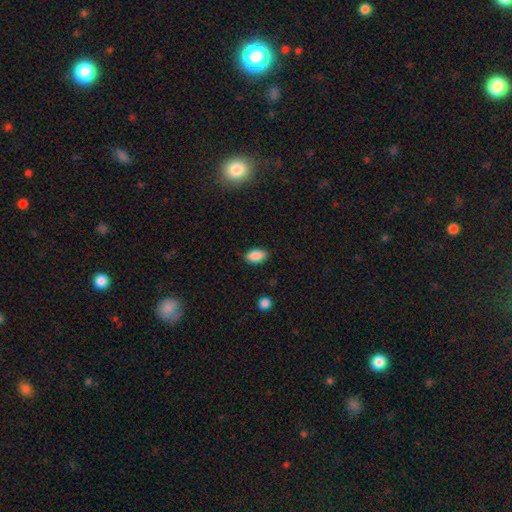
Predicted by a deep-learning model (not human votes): This appears to be a smooth galaxy with no disk features (88%) that is in between round and cigar-shaped (91%). Merging: none (86%).